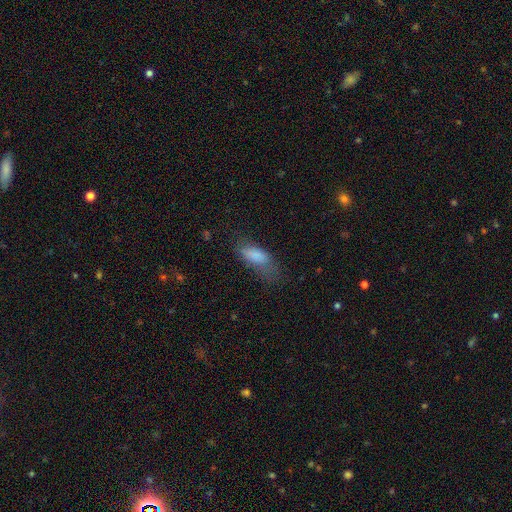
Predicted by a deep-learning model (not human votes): Q: Smooth or featured?
A: smooth (80%); runner-up: featured or disk (12%)
Q: How rounded?
A: in between (77%); runner-up: cigar-shaped (20%)
Q: Merging?
A: none (42%); runner-up: minor disturbance (31%)